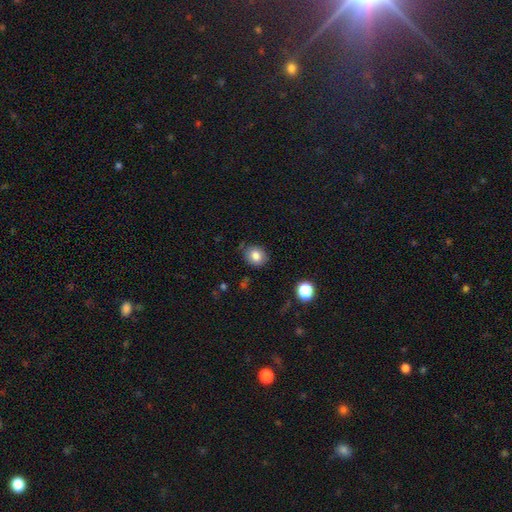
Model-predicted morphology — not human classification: A smooth galaxy with no disk features (81%) that is round (69%).

Vote fractions:
- Smooth or featured? smooth: 81% / star or artifact: 11% / featured or disk: 8%
- How rounded? round: 69% / in between: 30% / cigar-shaped: 1%
- Merging? none: 82% / minor disturbance: 13% / major disturbance: 3% / merger: 2%